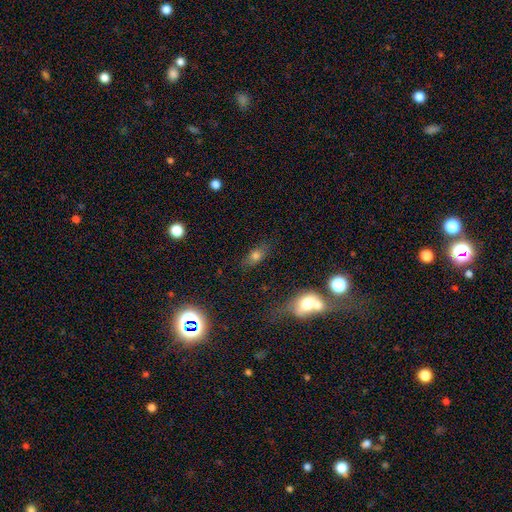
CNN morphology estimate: This appears to be a smooth galaxy with no disk features (71%) that is in between round and cigar-shaped (77%). Merging: none (78%).